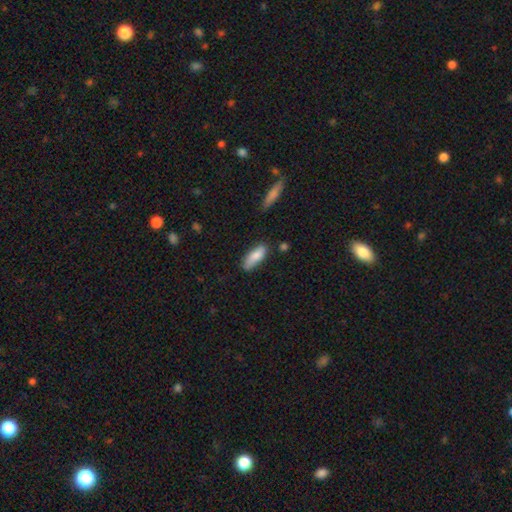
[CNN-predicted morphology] smooth-or-featured: smooth: 82% | featured or disk: 12% | star or artifact: 6%
  how-rounded: in between: 66% | cigar-shaped: 32% | round: 2%
  merging: none: 74% | minor disturbance: 19% | major disturbance: 3% | merger: 3%